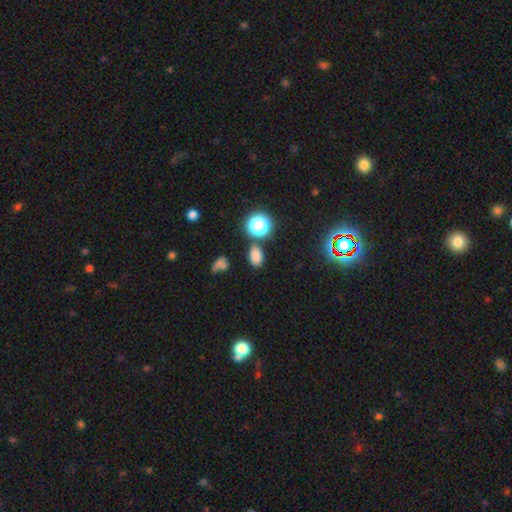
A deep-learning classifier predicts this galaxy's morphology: A smooth galaxy with no disk features (76%) that is in between round and cigar-shaped (82%).

Vote fractions:
- Smooth or featured? smooth: 76% / star or artifact: 18% / featured or disk: 6%
- How rounded? in between: 82% / round: 16% / cigar-shaped: 2%
- Merging? none: 79% / minor disturbance: 11% / merger: 6% / major disturbance: 4%